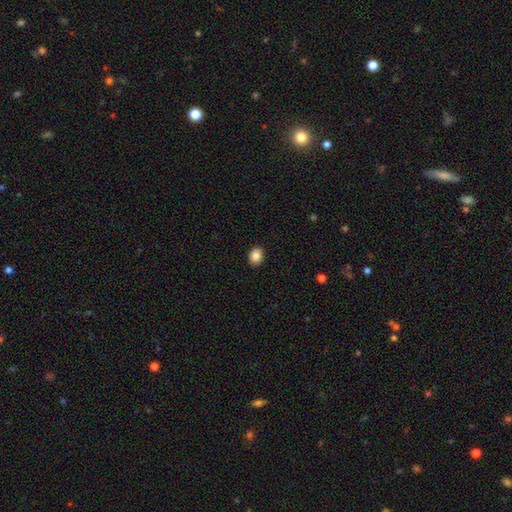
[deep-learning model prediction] Q: Smooth or featured?
A: smooth (86%); runner-up: star or artifact (9%)
Q: How rounded?
A: round (51%); runner-up: in between (48%)
Q: Merging?
A: none (91%); runner-up: minor disturbance (6%)